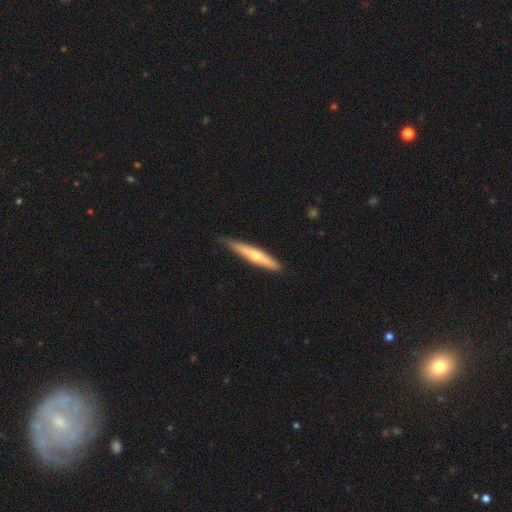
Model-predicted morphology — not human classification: Smooth or featured? featured or disk (49%)
Merging? none (80%)